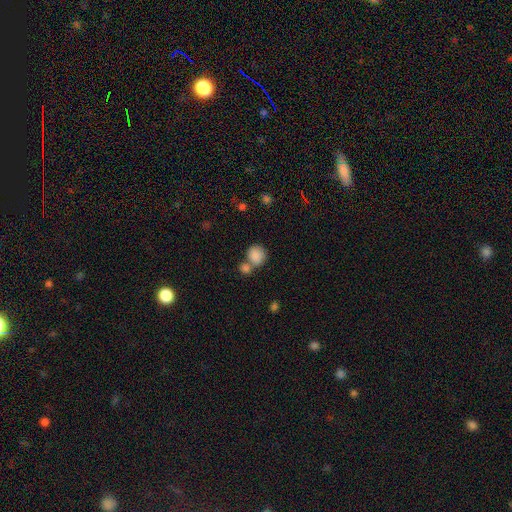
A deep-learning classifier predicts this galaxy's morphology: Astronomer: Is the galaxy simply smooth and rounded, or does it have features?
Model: smooth — 86%.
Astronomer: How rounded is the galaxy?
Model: round — 80%.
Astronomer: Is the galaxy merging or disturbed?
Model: none — 45% (runner-up: merger, 40%).